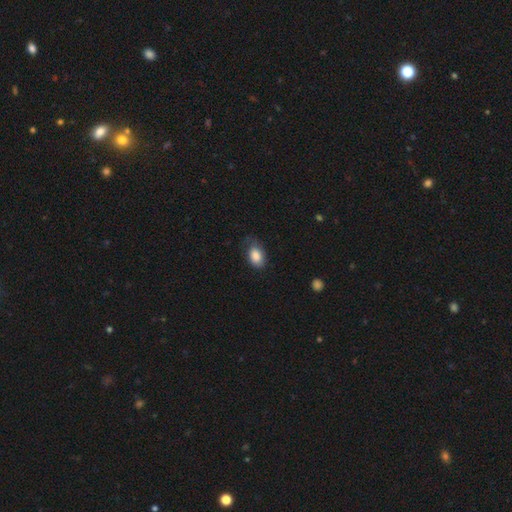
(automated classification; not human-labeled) smooth 85%, featured or disk 8%, star or artifact 7%. Down the decision tree: how rounded — in between (87%); merging — none (61%).